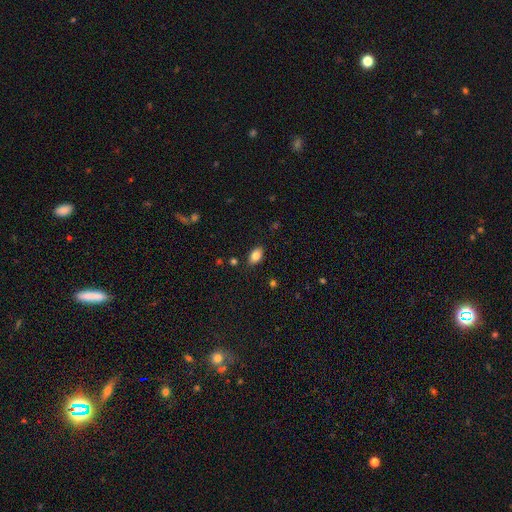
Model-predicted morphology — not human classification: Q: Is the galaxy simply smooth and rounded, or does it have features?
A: smooth — 84%.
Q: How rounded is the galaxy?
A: in between — 90%.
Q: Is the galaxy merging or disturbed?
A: none — 86%.